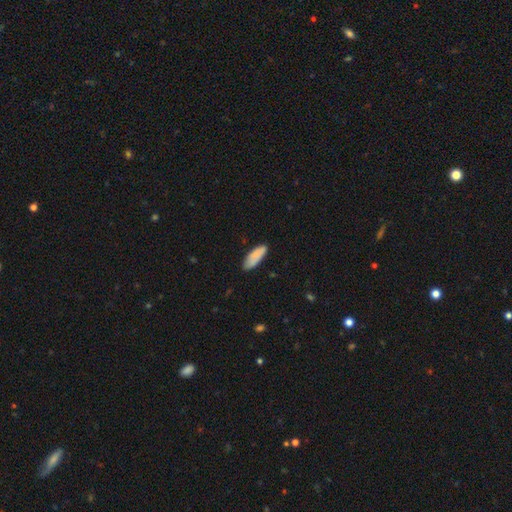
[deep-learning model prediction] smooth-or-featured: smooth: 83% | featured or disk: 11% | star or artifact: 6%
  how-rounded: in between: 69% | cigar-shaped: 29% | round: 2%
  merging: none: 82% | minor disturbance: 15% | major disturbance: 2% | merger: 1%